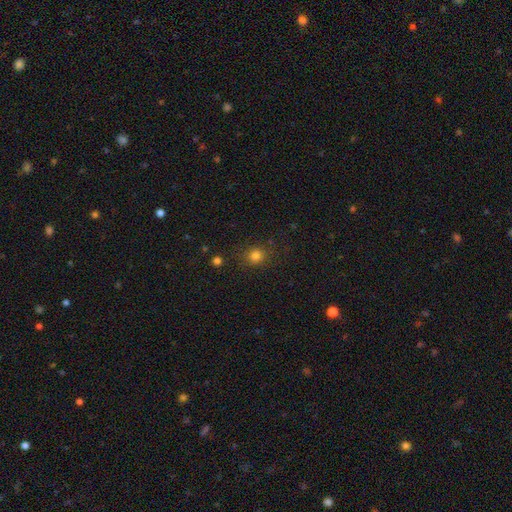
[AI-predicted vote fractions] The model was most divided on "smooth or featured": smooth: 81%, star or artifact: 14%, featured or disk: 5%. More confident: merging — none (84%); how rounded — round (83%).